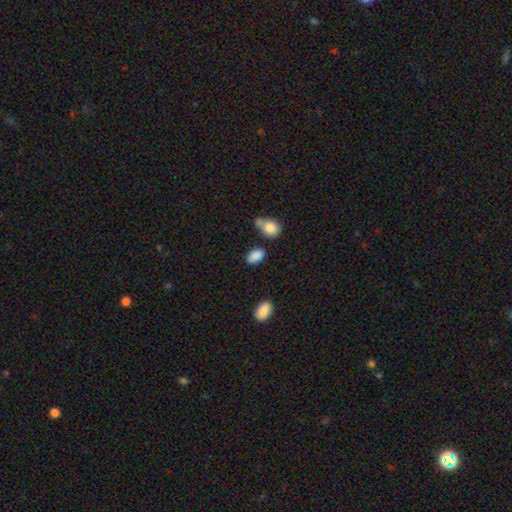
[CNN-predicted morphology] Smooth or featured? Predicted: smooth (p=0.87). How rounded? Predicted: in between (p=0.91). Merging? Predicted: none (p=0.67).